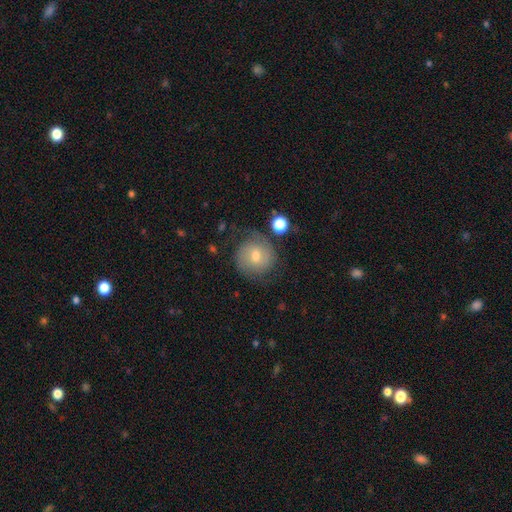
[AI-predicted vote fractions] smooth-or-featured: smooth: 53% | featured or disk: 37% | star or artifact: 10%
  how-rounded: round: 89% | in between: 10% | cigar-shaped: 1%
  merging: none: 67% | minor disturbance: 19% | major disturbance: 9% | merger: 4%